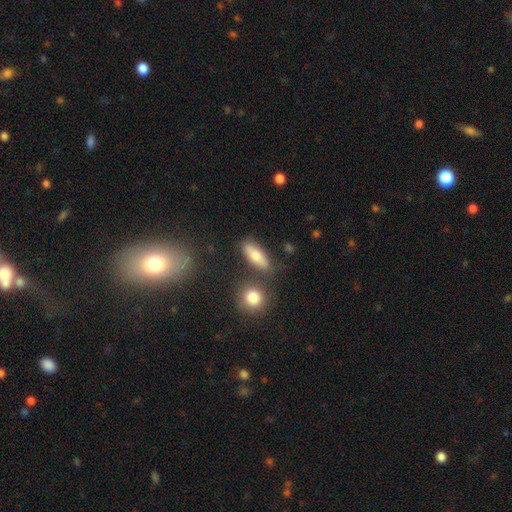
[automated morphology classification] The model was most divided on "how rounded": in between: 62%, cigar-shaped: 31%, round: 6%. More confident: merging — none (76%); smooth or featured — smooth (73%).